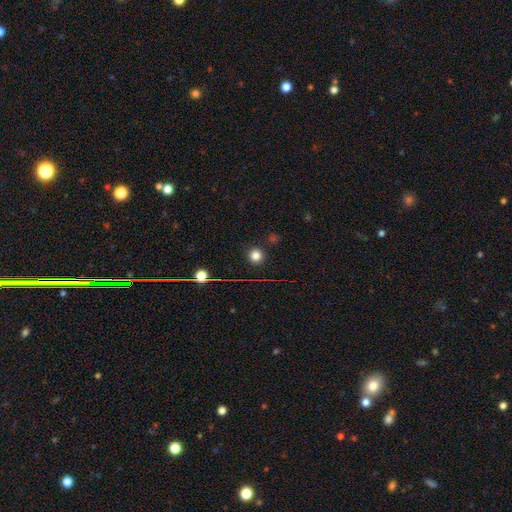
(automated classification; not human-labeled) smooth 79%, star or artifact 16%, featured or disk 5%. Down the decision tree: how rounded — round (93%); merging — none (90%).